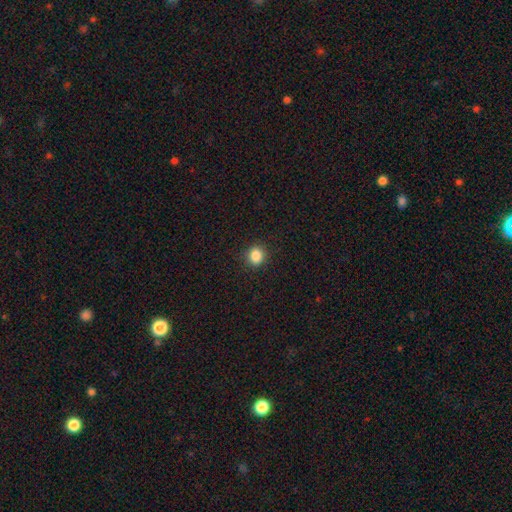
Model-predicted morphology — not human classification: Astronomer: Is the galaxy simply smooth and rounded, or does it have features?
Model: smooth — 86%.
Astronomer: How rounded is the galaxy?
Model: round — 75%.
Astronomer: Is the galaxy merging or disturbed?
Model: none — 90%.